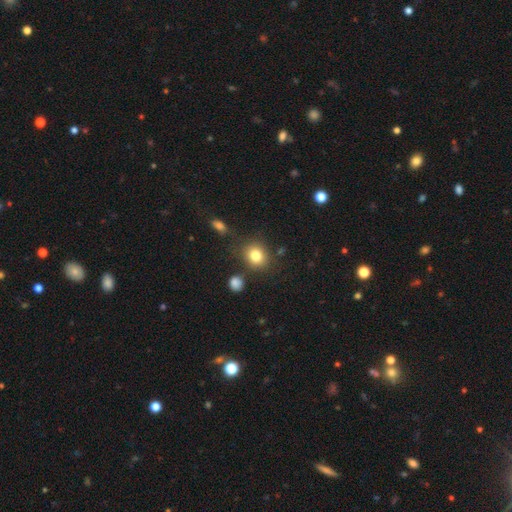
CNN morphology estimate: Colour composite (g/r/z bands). It shows a smooth galaxy with no disk features (81%) that is round (73%). Merging: none (80%).